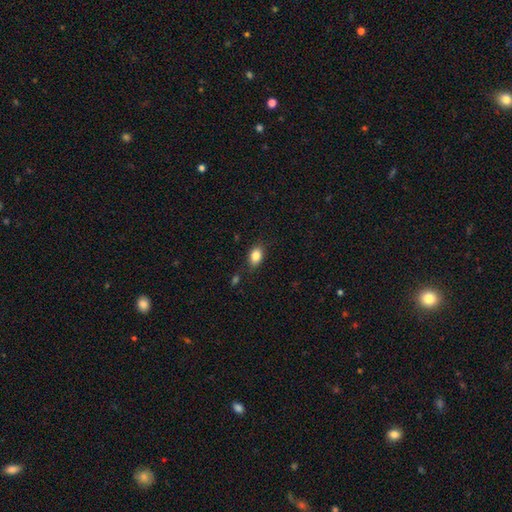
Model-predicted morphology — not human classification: The model was most divided on "how rounded": in between: 82%, round: 16%, cigar-shaped: 2%. More confident: smooth or featured — smooth (85%); merging — none (82%).